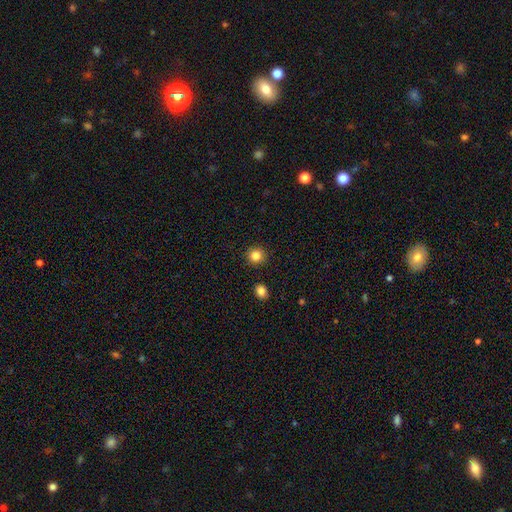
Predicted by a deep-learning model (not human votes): Overall: smooth (84%). How rounded: round (92%). Merging: none (92%).